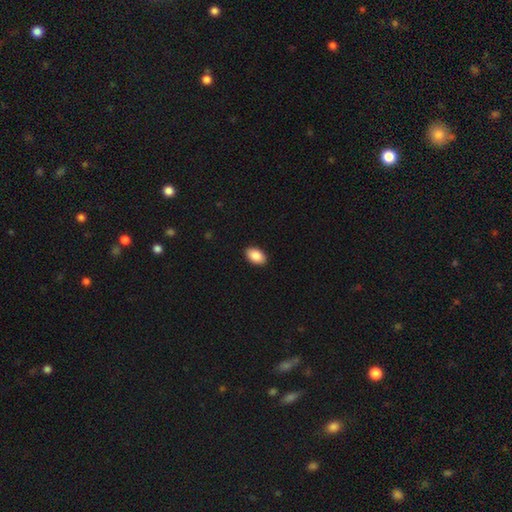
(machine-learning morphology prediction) Smooth or featured: smooth — 88% (star or artifact — 7%)
How rounded: in between — 92% (round — 7%)
Merging: none — 91% (minor disturbance — 7%)